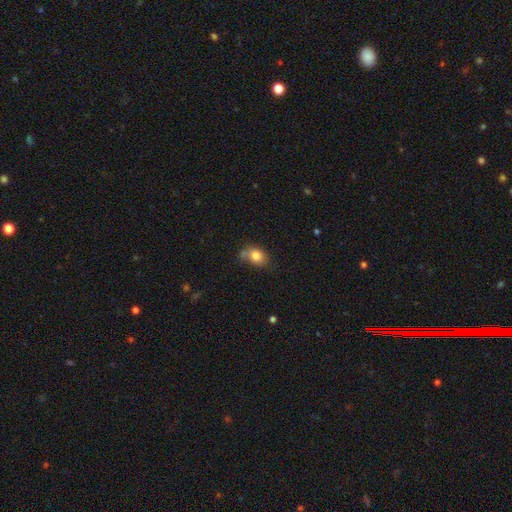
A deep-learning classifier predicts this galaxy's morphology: smooth-or-featured: smooth: 82% | star or artifact: 9% | featured or disk: 9%
  how-rounded: in between: 63% | round: 36% | cigar-shaped: 1%
  merging: none: 54% | minor disturbance: 25% | merger: 14% | major disturbance: 8%